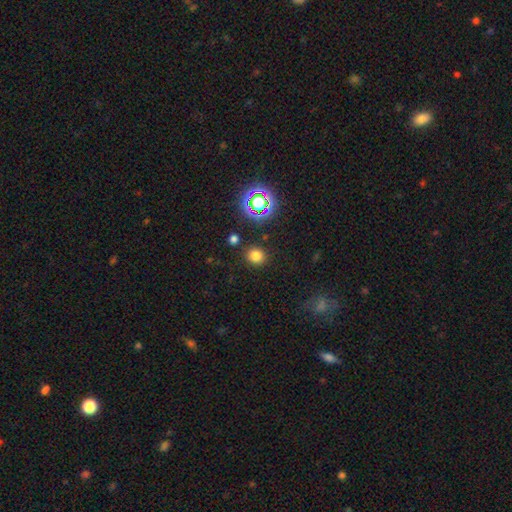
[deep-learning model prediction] A smooth galaxy with no disk features (76%) that is round (82%).

Vote fractions:
- Smooth or featured? smooth: 76% / star or artifact: 18% / featured or disk: 6%
- How rounded? round: 82% / in between: 17% / cigar-shaped: 1%
- Merging? none: 87% / minor disturbance: 7% / merger: 3% / major disturbance: 3%